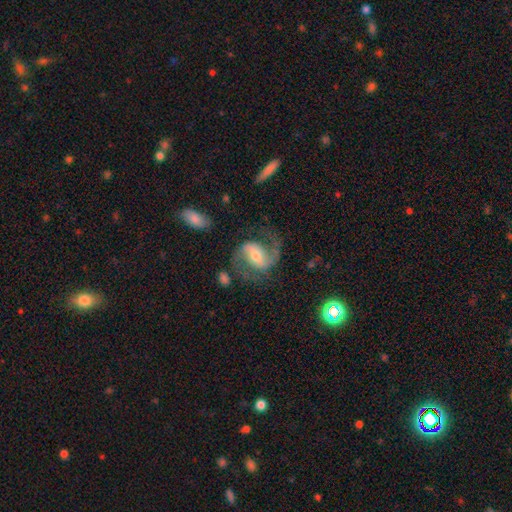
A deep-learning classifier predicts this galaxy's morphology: Q: Smooth or featured?
A: featured or disk (88%); runner-up: smooth (7%)
Q: Edge-on disk?
A: no (97%); runner-up: yes (3%)
Q: Bar?
A: weak (42%); runner-up: strong (37%)
Q: Spiral arms?
A: yes (97%); runner-up: no (3%)
Q: Spiral winding?
A: medium (54%); runner-up: loose (34%)
Q: Spiral arm count?
A: 2 (91%); runner-up: 1 (3%)
Q: Bulge size?
A: moderate (52%); runner-up: small (40%)
Q: Merging?
A: none (72%); runner-up: minor disturbance (15%)